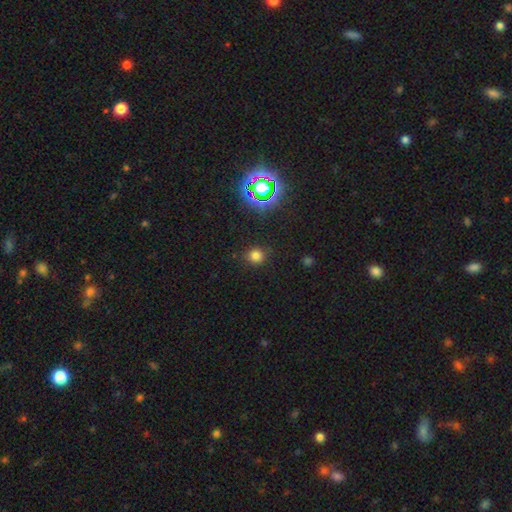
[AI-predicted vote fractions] A smooth galaxy with no disk features (74%) that is round (87%).

Vote fractions:
- Smooth or featured? smooth: 74% / star or artifact: 20% / featured or disk: 5%
- How rounded? round: 87% / in between: 12% / cigar-shaped: 1%
- Merging? none: 87% / minor disturbance: 8% / major disturbance: 3% / merger: 1%